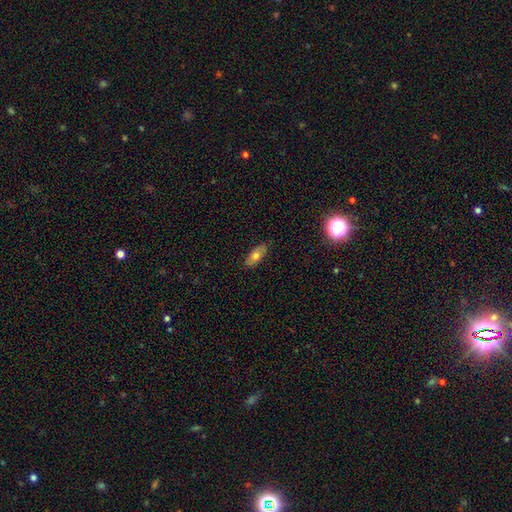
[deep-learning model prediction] This appears to be a smooth galaxy with no disk features (70%) that is in between round and cigar-shaped (83%). Merging: none (87%).